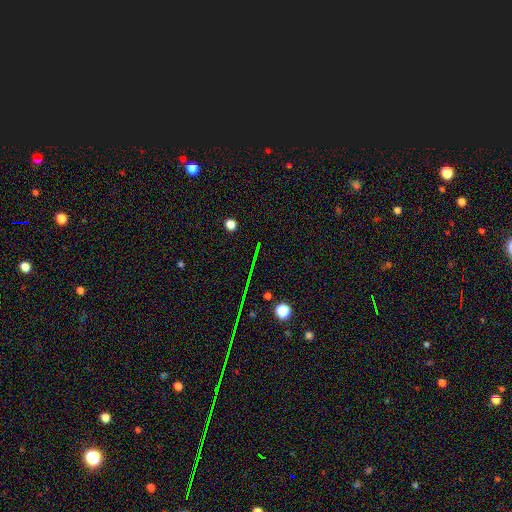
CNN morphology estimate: A star or artifact, not a galaxy (78%).